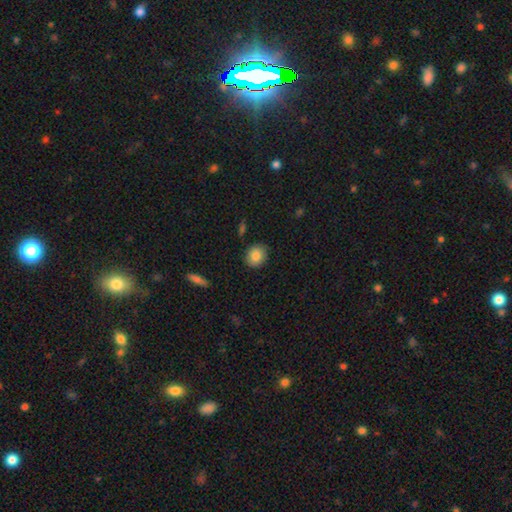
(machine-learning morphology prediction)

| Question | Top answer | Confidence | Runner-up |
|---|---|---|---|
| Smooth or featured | smooth | 84% | star or artifact (8%) |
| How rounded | round | 73% | in between (25%) |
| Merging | none | 88% | minor disturbance (9%) |